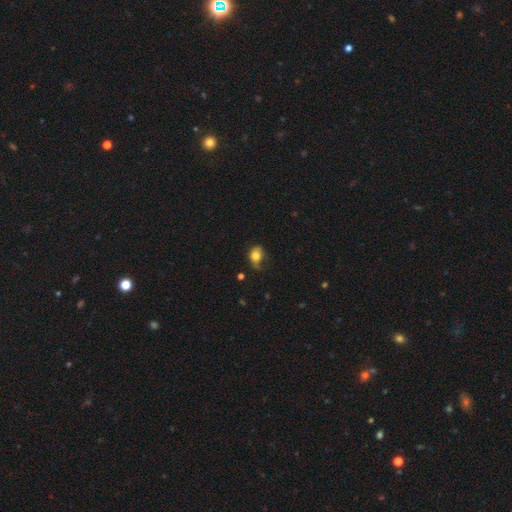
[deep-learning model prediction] Smooth or featured?
  - smooth: 79% *
  - featured or disk: 12%
  - star or artifact: 9%
How rounded?
  - in between: 60% *
  - round: 39%
  - cigar-shaped: 1%
Merging?
  - none: 42% *
  - minor disturbance: 40%
  - major disturbance: 15%
  - merger: 3%